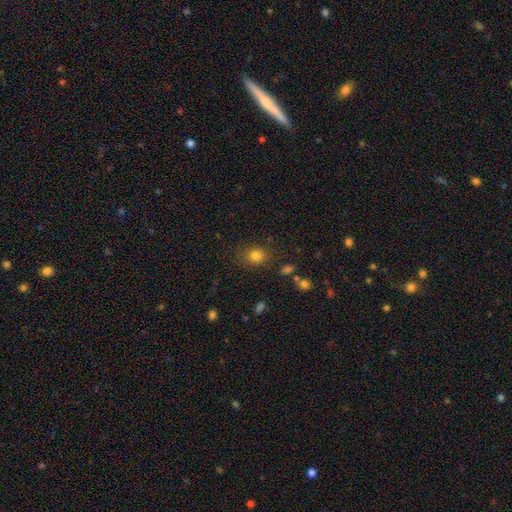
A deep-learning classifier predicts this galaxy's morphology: Smooth or featured? Predicted: smooth (p=0.81). How rounded? Predicted: round (p=0.64). Merging? Predicted: none (p=0.81).